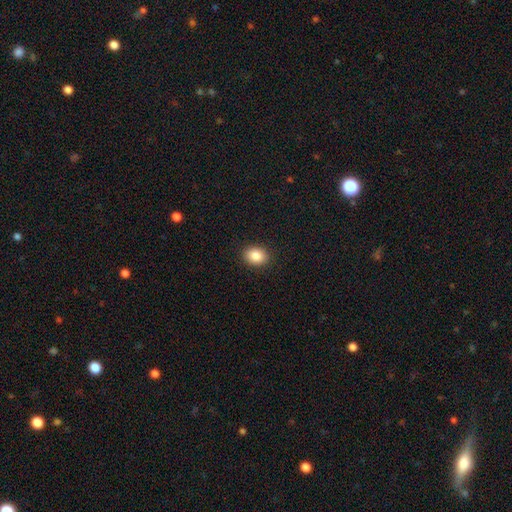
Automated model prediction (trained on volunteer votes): Smooth or featured?
  - smooth: 87% *
  - star or artifact: 9%
  - featured or disk: 4%
How rounded?
  - in between: 53% *
  - round: 46%
  - cigar-shaped: 1%
Merging?
  - none: 90% *
  - minor disturbance: 7%
  - major disturbance: 2%
  - merger: 1%